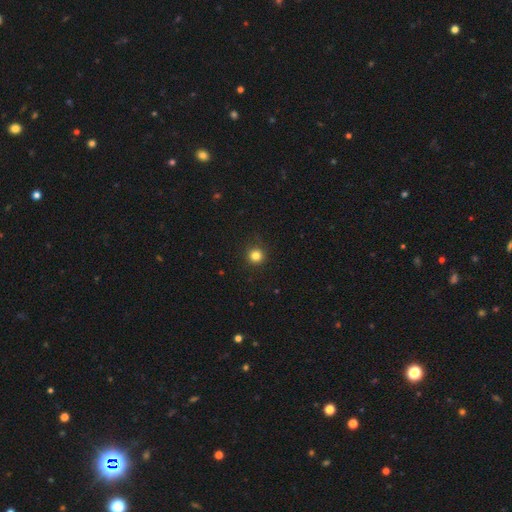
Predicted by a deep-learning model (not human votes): Q: Smooth or featured?
A: smooth (82%); runner-up: star or artifact (13%)
Q: How rounded?
A: round (95%); runner-up: in between (4%)
Q: Merging?
A: none (91%); runner-up: minor disturbance (6%)